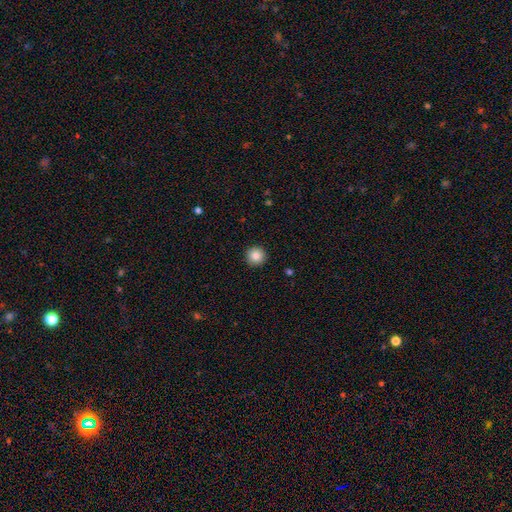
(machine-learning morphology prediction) Smooth or featured? smooth (87%)
How rounded? round (96%)
Merging? none (93%)